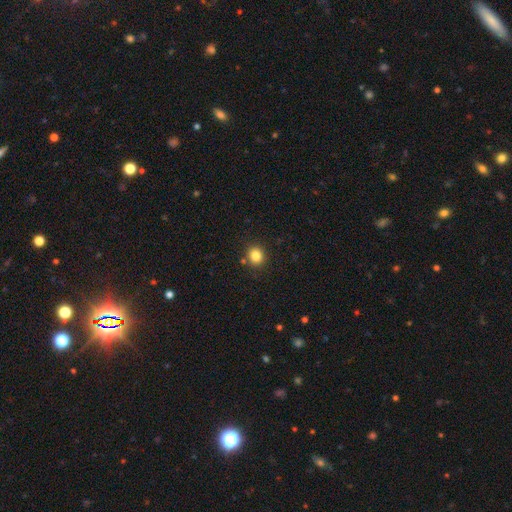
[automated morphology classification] Smooth or featured? Predicted: smooth (p=0.84). How rounded? Predicted: round (p=0.81). Merging? Predicted: none (p=0.86).